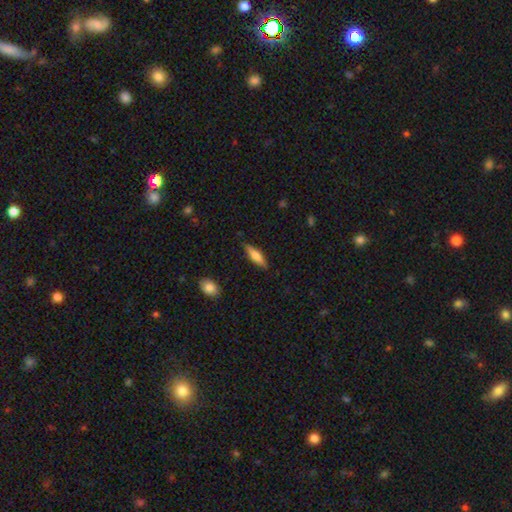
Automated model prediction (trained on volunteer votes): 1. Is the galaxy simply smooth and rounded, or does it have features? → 57% smooth, 37% featured or disk, 6% star or artifact.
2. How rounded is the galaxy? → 67% cigar-shaped, 31% in between, 2% round.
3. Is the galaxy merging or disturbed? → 86% none, 11% minor disturbance, 2% major disturbance, 1% merger.